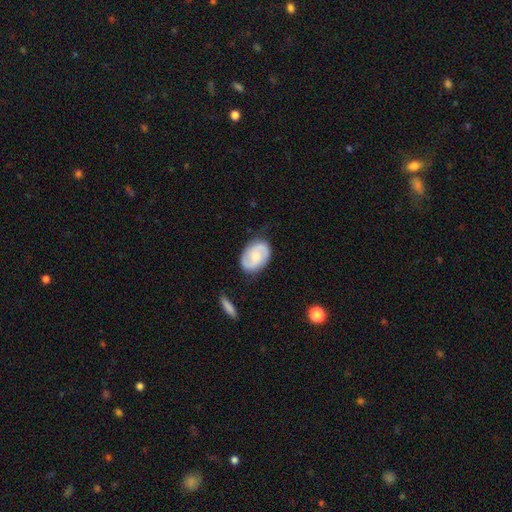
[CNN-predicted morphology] Overall: featured or disk (67%). Edge-on disk: no (98%). Bar: no (53%; weak 39%). Spiral arms: yes (94%). Spiral arm count: 2 (90%). Spiral winding: medium (50%; tight 29%). Bulge size: moderate (38%; small 36%). Merging: none (80%).